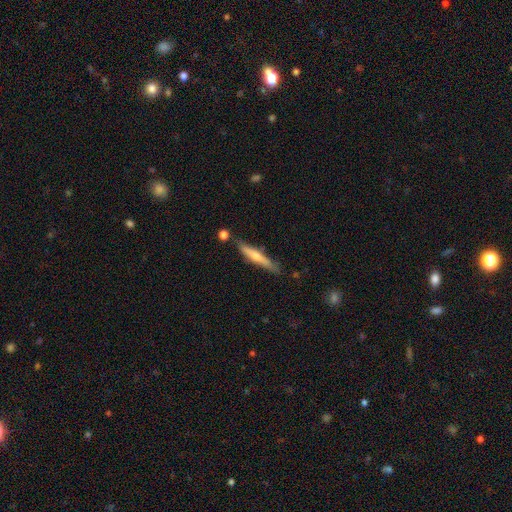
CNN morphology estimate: type=smooth (47%, tied with featured or disk); merging=none (74%).